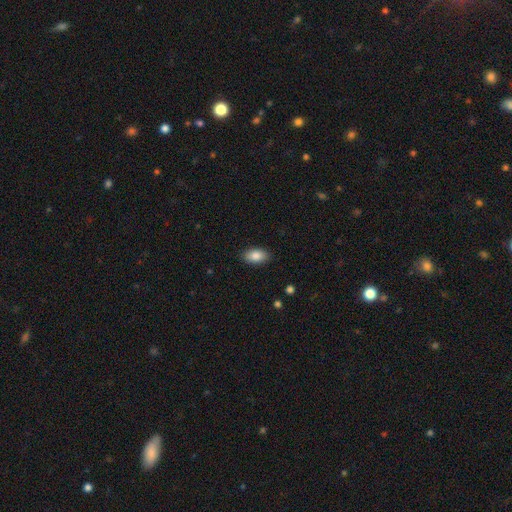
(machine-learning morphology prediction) smooth 86%, star or artifact 7%, featured or disk 7%. Down the decision tree: how rounded — in between (93%); merging — none (89%).